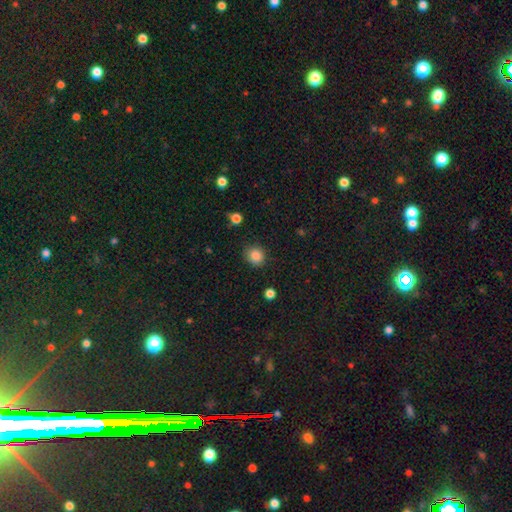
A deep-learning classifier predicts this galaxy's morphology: Overall: smooth (85%). How rounded: round (86%). Merging: none (87%).